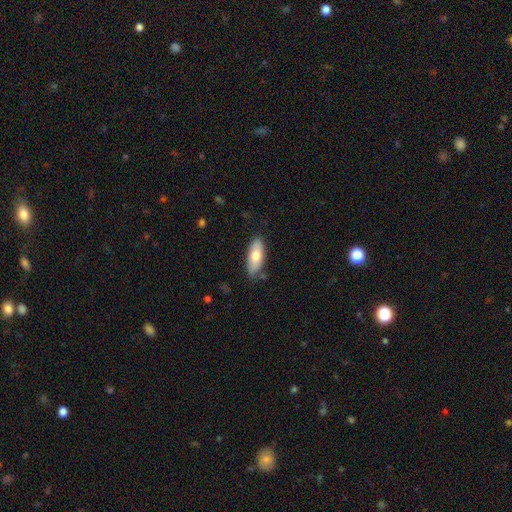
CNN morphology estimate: type=smooth (71%); roundness=in between (82%); merging=none (79%).